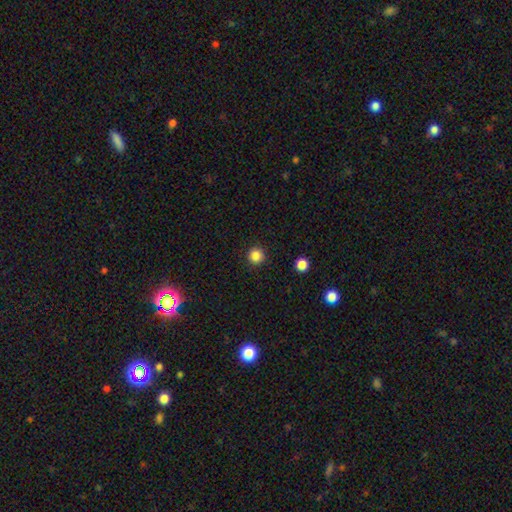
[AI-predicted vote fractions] A smooth galaxy with no disk features (85%) that is round (96%).

Vote fractions:
- Smooth or featured? smooth: 85% / star or artifact: 12% / featured or disk: 3%
- How rounded? round: 96% / in between: 3% / cigar-shaped: 1%
- Merging? none: 93% / minor disturbance: 4% / major disturbance: 2% / merger: 1%